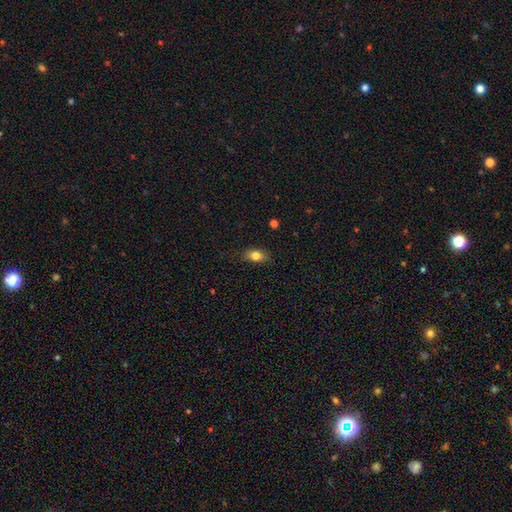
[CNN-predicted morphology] Smooth or featured?
  - smooth: 82% *
  - featured or disk: 9%
  - star or artifact: 9%
How rounded?
  - in between: 83% *
  - round: 13%
  - cigar-shaped: 4%
Merging?
  - none: 82% *
  - minor disturbance: 14%
  - major disturbance: 3%
  - merger: 1%